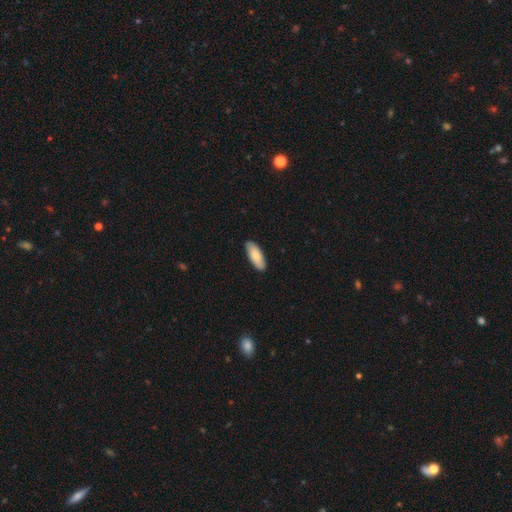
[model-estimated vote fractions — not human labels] This is clearly a smooth galaxy (83%). How rounded: likely in between (74%). Merging: clearly none (89%).